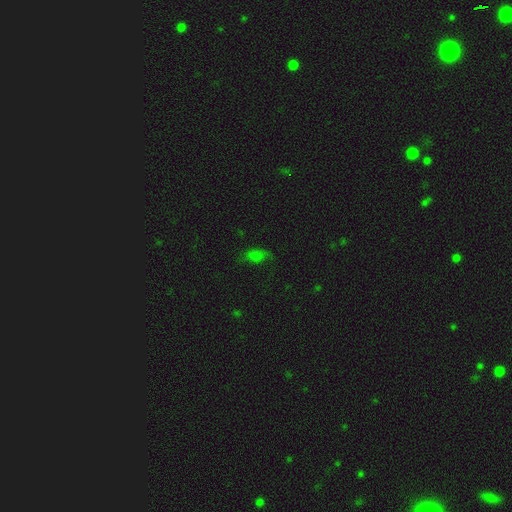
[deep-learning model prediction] Smooth or featured? smooth (66%)
How rounded? in between (86%)
Merging? none (55%)